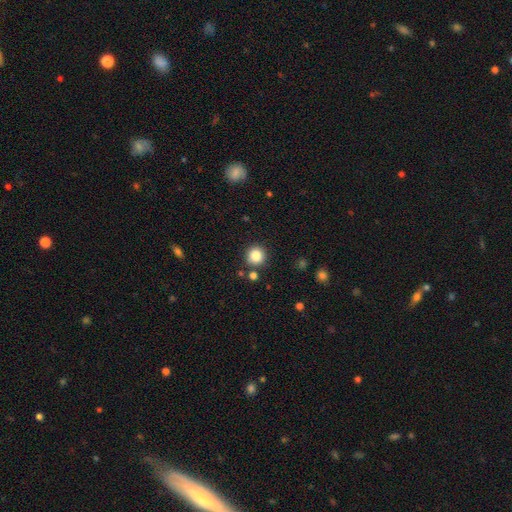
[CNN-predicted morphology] A smooth galaxy with no disk features (85%) that is round (93%).

Vote fractions:
- Smooth or featured? smooth: 85% / star or artifact: 10% / featured or disk: 5%
- How rounded? round: 93% / in between: 6% / cigar-shaped: 1%
- Merging? none: 87% / minor disturbance: 7% / merger: 4% / major disturbance: 2%